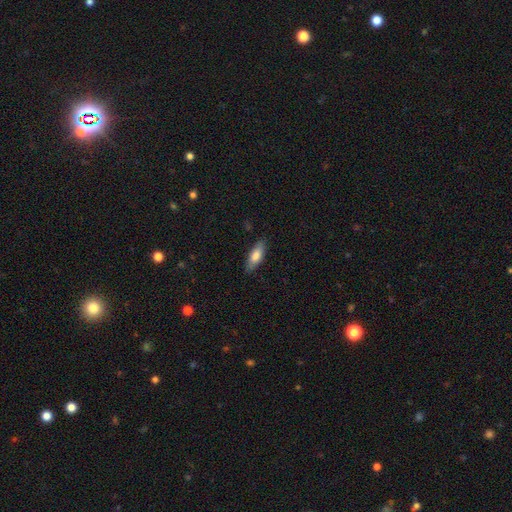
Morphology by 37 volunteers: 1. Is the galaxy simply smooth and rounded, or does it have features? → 68% smooth, 27% featured or disk, 5% star or artifact.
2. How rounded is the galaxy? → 72% in between, 28% cigar-shaped, 0% round.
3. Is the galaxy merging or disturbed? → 83% none, 11% minor disturbance, 3% major disturbance, 3% merger.